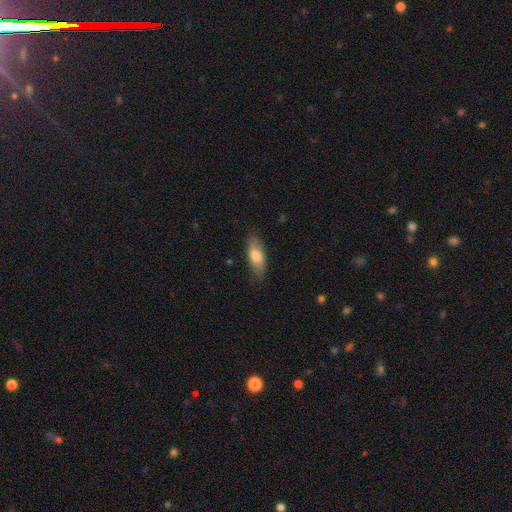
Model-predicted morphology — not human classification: type=smooth (73%); roundness=in between (68%); merging=none (79%).